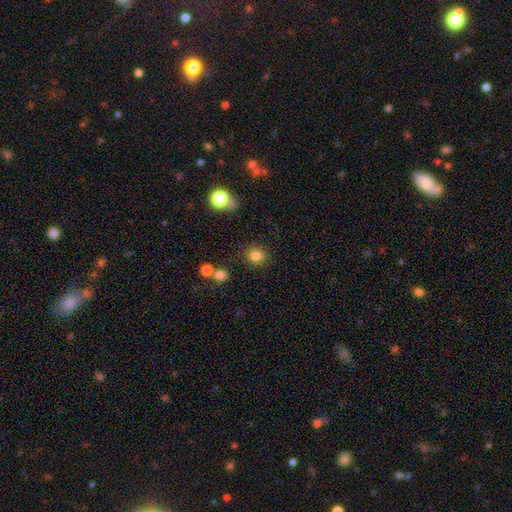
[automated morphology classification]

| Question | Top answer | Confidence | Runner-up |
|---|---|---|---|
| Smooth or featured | smooth | 83% | star or artifact (12%) |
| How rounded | round | 83% | in between (16%) |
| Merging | none | 85% | minor disturbance (8%) |